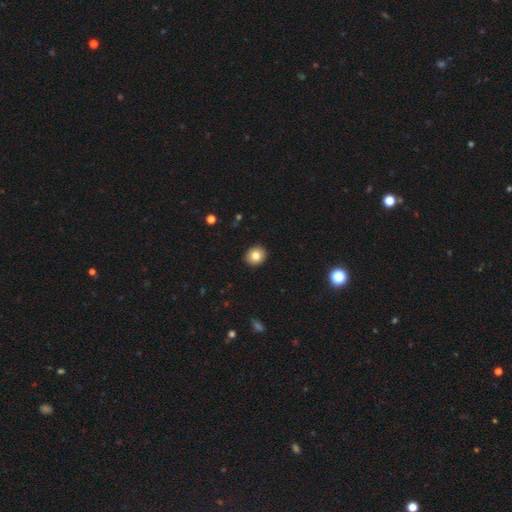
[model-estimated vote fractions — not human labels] Smooth or featured? Predicted: smooth (p=0.80). How rounded? Predicted: round (p=0.78). Merging? Predicted: none (p=0.91).